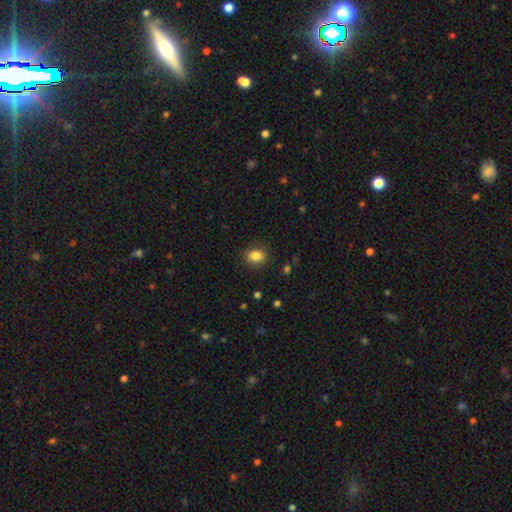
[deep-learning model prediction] Smooth or featured? smooth (85%)
How rounded? in between (54%)
Merging? none (88%)